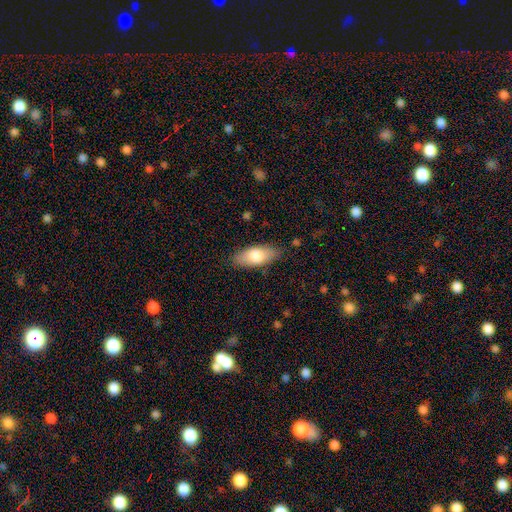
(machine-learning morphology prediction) Smooth or featured? Predicted: smooth (p=0.76). How rounded? Predicted: in between (p=0.83). Merging? Predicted: none (p=0.83).